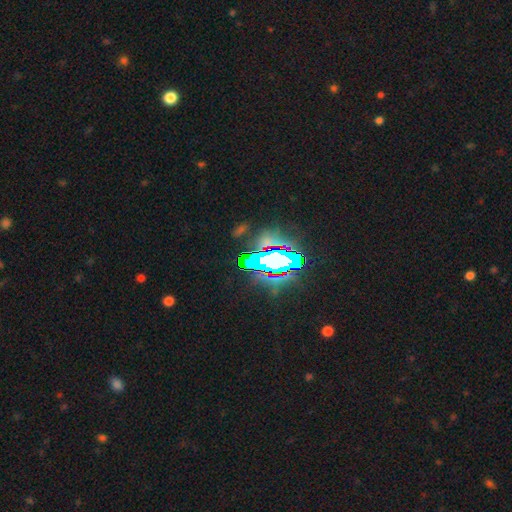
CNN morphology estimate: A star or artifact, not a galaxy (63%).

Vote fractions:
- Smooth or featured? star or artifact: 63% / featured or disk: 21% / smooth: 16%